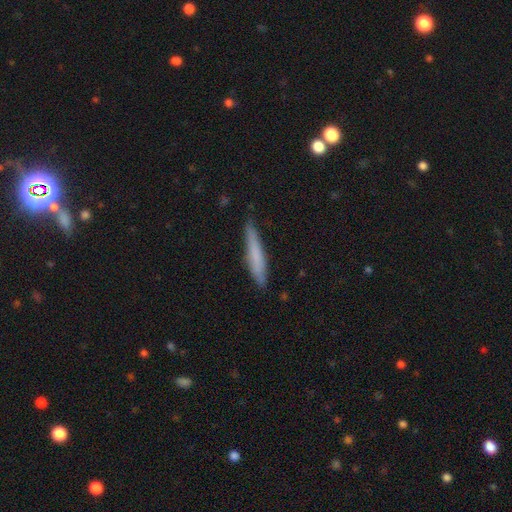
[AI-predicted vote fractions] Morphology: type=smooth (68%); roundness=cigar-shaped (93%); merging=none (82%).